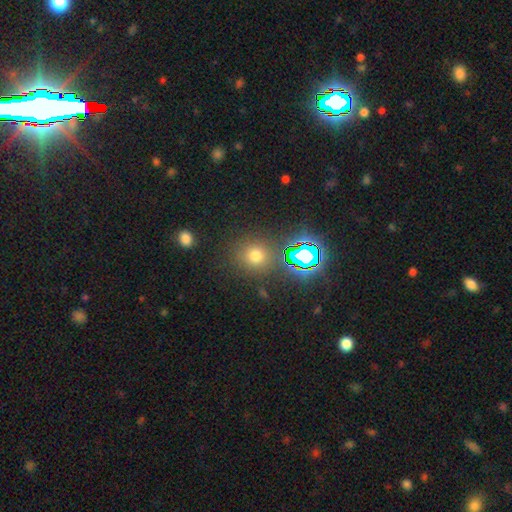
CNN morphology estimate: smooth 65%, star or artifact 27%, featured or disk 8%. Down the decision tree: how rounded — round (85%); merging — none (82%).